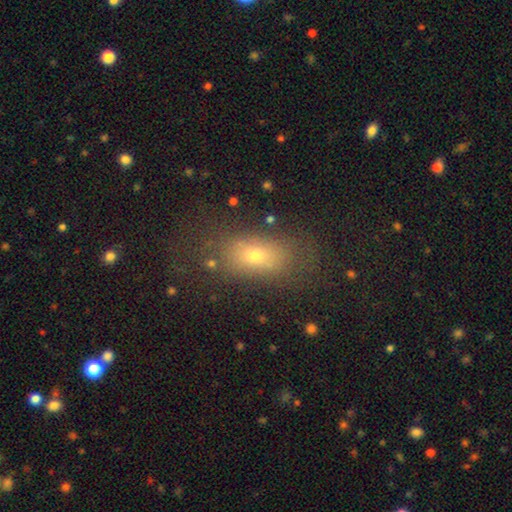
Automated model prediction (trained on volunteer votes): Smooth or featured?
  - smooth: 70% *
  - featured or disk: 15%
  - star or artifact: 15%
How rounded?
  - in between: 81% *
  - round: 12%
  - cigar-shaped: 7%
Merging?
  - none: 70% *
  - minor disturbance: 17%
  - major disturbance: 10%
  - merger: 3%